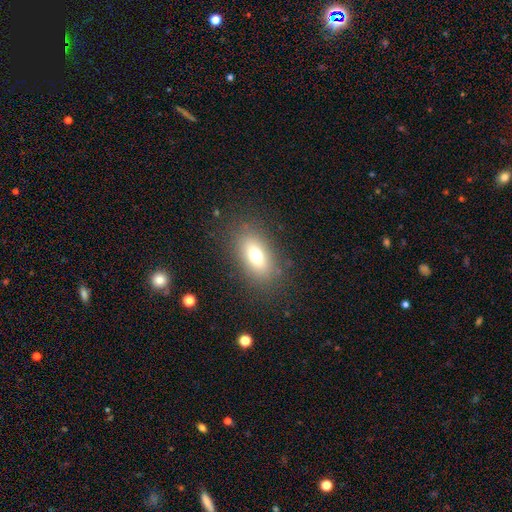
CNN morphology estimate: Overall: smooth (72%). How rounded: in between (84%). Merging: none (83%).